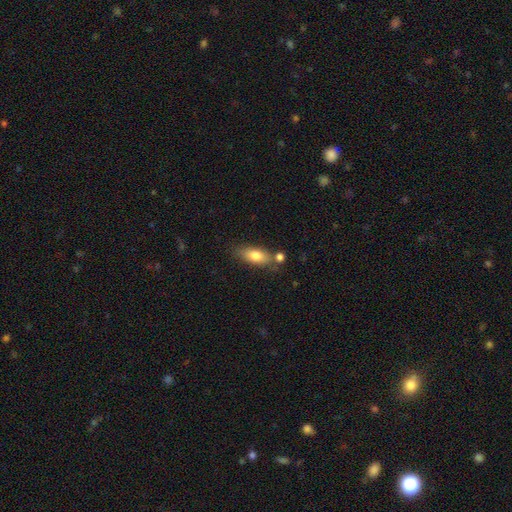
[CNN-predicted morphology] A smooth galaxy with no disk features (77%) that is in between round and cigar-shaped (77%).

Vote fractions:
- Smooth or featured? smooth: 77% / featured or disk: 15% / star or artifact: 7%
- How rounded? in between: 77% / cigar-shaped: 19% / round: 4%
- Merging? none: 65% / minor disturbance: 16% / merger: 15% / major disturbance: 4%